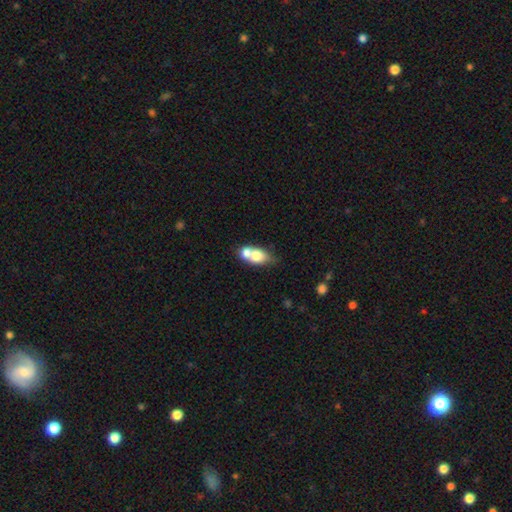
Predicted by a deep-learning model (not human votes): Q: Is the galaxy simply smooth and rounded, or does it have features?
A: smooth — 69%.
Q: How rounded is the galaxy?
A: in between — 66%.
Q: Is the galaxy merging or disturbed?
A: merger — 59%.